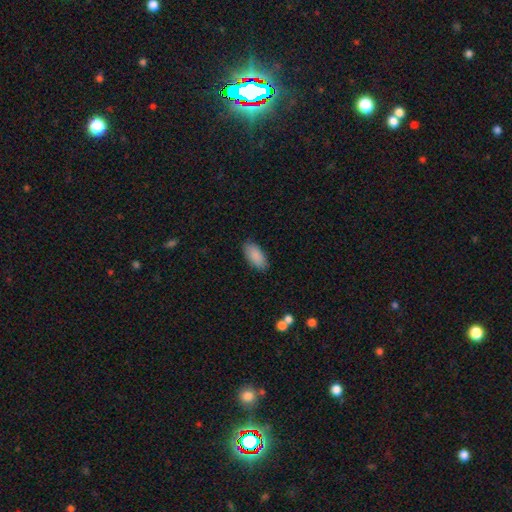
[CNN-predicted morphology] smooth 89%, star or artifact 7%, featured or disk 5%. Down the decision tree: how rounded — in between (91%); merging — none (85%).